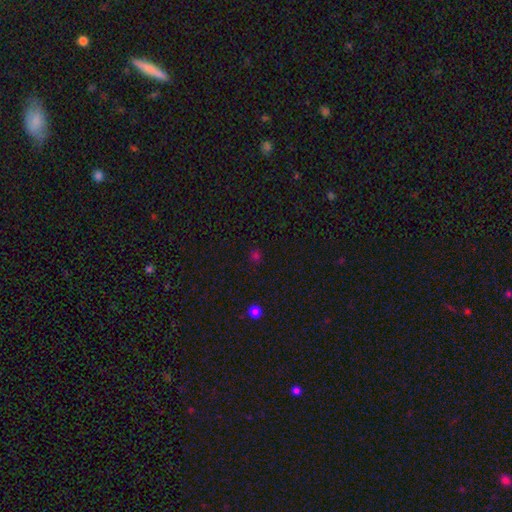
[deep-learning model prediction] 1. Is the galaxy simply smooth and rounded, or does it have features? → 64% smooth, 31% star or artifact, 4% featured or disk.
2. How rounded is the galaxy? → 86% round, 13% in between, 1% cigar-shaped.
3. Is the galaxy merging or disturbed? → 86% none, 8% minor disturbance, 3% major disturbance, 2% merger.